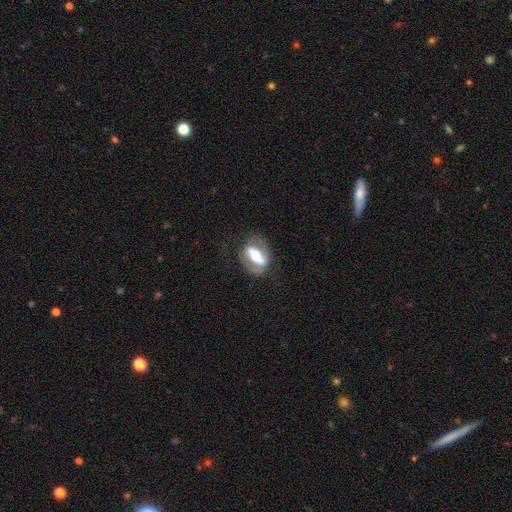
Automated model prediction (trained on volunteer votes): featured or disk 71%, smooth 24%, star or artifact 6%. Down the decision tree: edge-on disk — no (86%); bar — strong (62%); spiral arms — yes (57%); bulge size — moderate (65%); merging — none (72%).